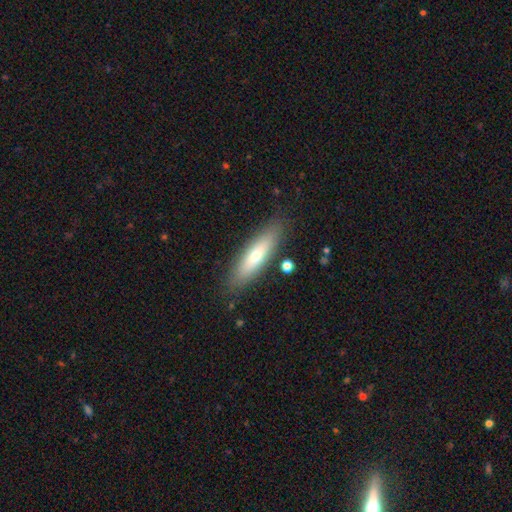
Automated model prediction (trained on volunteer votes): A smooth galaxy with no disk features (60%) that is cigar-shaped (66%). Merging: none (85%).